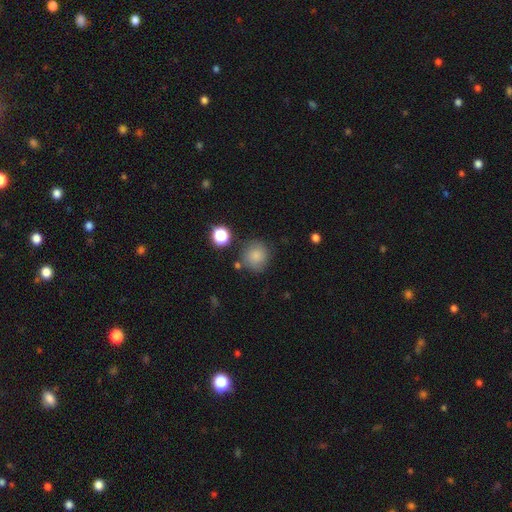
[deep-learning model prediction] Morphology: type=smooth (81%); roundness=round (90%); merging=none (76%).